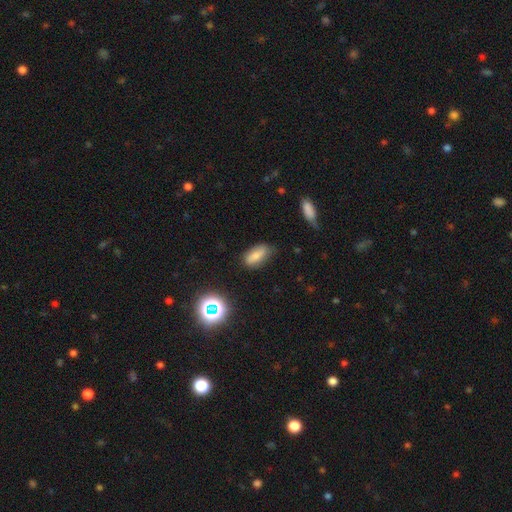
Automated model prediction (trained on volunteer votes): Morphology: type=smooth (74%); roundness=in between (86%); merging=none (69%).